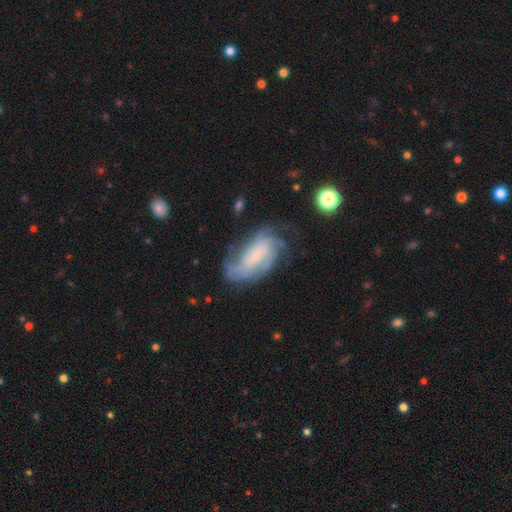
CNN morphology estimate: This is clearly a featured or disk galaxy (83%). It is clearly not viewed edge-on (96%). Bar: possibly no (49%). Spiral arm pattern: clearly yes (95%). Spiral arm count: marginally can't tell (31%). Spiral winding: possibly tight (50%). Central bulge: likely small (70%). Merging: likely none (64%).